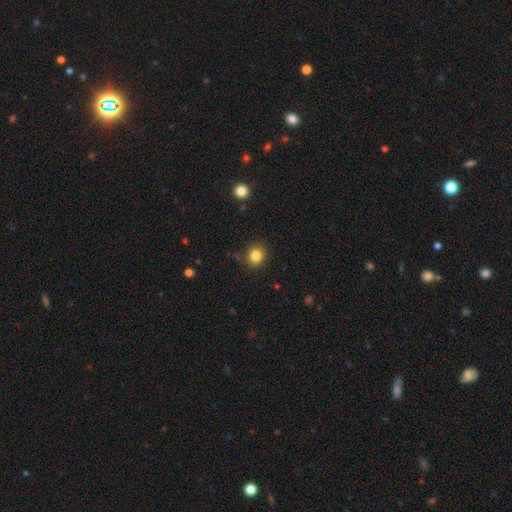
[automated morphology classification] A smooth galaxy with no disk features (83%) that is round (86%).

Vote fractions:
- Smooth or featured? smooth: 83% / star or artifact: 12% / featured or disk: 6%
- How rounded? round: 86% / in between: 14% / cigar-shaped: 1%
- Merging? none: 86% / minor disturbance: 9% / major disturbance: 3% / merger: 2%